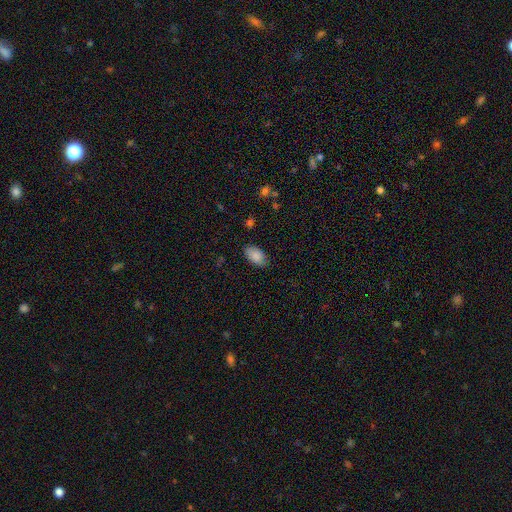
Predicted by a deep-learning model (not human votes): A smooth galaxy with no disk features (87%) that is in between round and cigar-shaped (94%).

Vote fractions:
- Smooth or featured? smooth: 87% / star or artifact: 7% / featured or disk: 6%
- How rounded? in between: 94% / round: 4% / cigar-shaped: 2%
- Merging? none: 81% / minor disturbance: 15% / major disturbance: 3% / merger: 1%